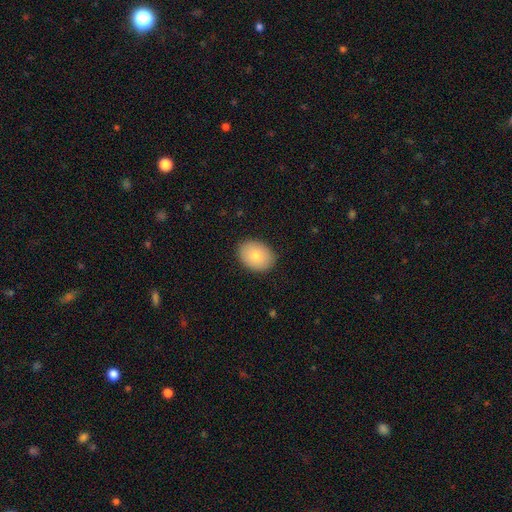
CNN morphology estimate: Smooth or featured: smooth — 78% (featured or disk — 14%)
How rounded: in between — 70% (round — 30%)
Merging: none — 88% (minor disturbance — 9%)